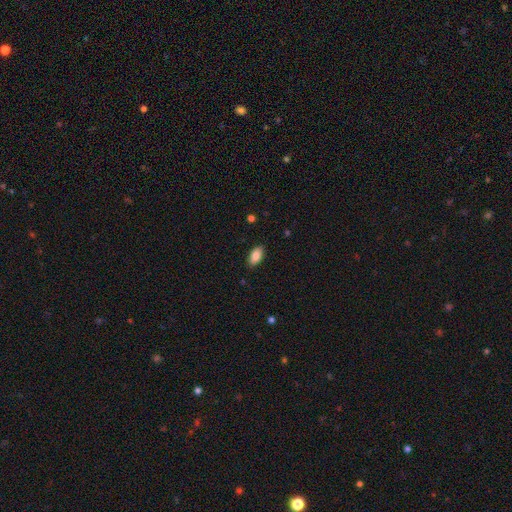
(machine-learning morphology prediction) smooth-or-featured: smooth: 86% | star or artifact: 7% | featured or disk: 7%
  how-rounded: in between: 93% | cigar-shaped: 4% | round: 3%
  merging: none: 88% | minor disturbance: 9% | major disturbance: 2% | merger: 1%